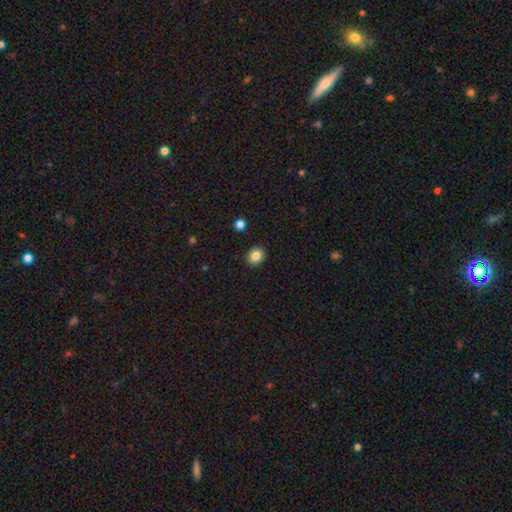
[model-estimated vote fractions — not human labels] smooth 84%, star or artifact 10%, featured or disk 6%. Down the decision tree: how rounded — round (77%); merging — none (91%).